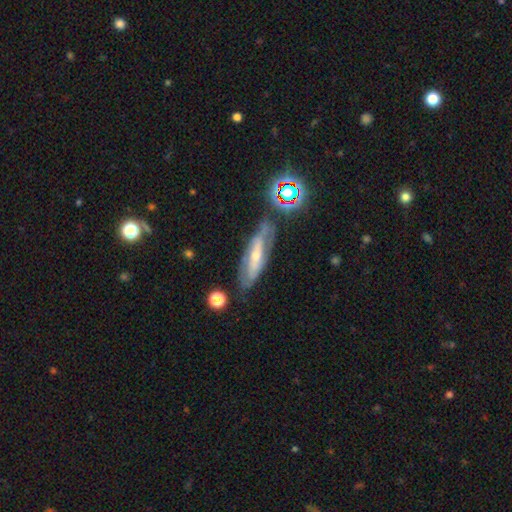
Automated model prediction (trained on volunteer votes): featured or disk 68%, smooth 21%, star or artifact 11%. Down the decision tree: edge-on disk — no (69%); merging — none (69%).